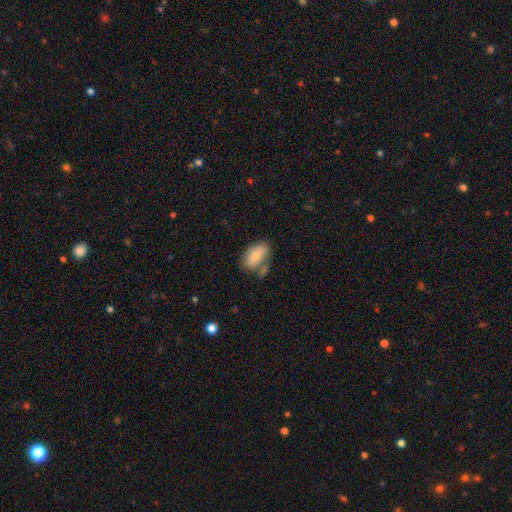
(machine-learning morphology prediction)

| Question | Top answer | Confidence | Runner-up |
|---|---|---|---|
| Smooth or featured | smooth | 78% | featured or disk (16%) |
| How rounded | in between | 93% | round (5%) |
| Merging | none | 54% | minor disturbance (22%) |